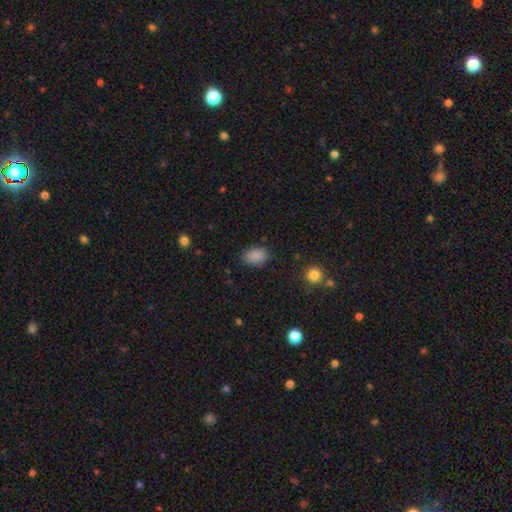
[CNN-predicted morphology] A smooth galaxy with no disk features (87%) that is in between round and cigar-shaped (83%). Merging: none (82%).